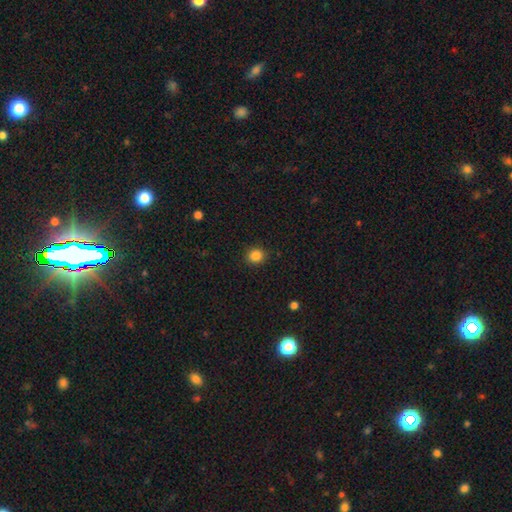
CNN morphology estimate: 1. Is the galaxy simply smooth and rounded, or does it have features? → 86% smooth, 11% star or artifact, 4% featured or disk.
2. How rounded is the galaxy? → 80% round, 19% in between, 1% cigar-shaped.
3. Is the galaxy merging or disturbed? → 90% none, 7% minor disturbance, 2% major disturbance, 1% merger.